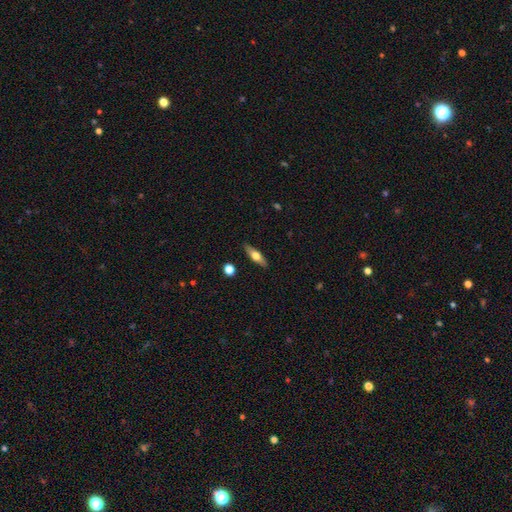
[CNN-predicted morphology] Smooth or featured? smooth (51%)
How rounded? cigar-shaped (54%)
Merging? none (88%)